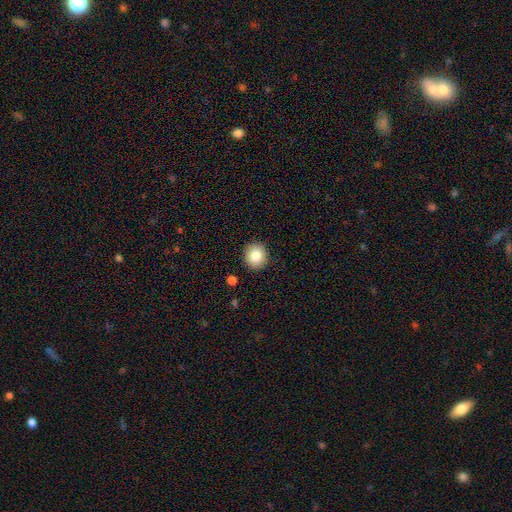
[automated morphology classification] This is clearly a smooth galaxy (84%). How rounded: clearly round (89%). Merging: clearly none (90%).